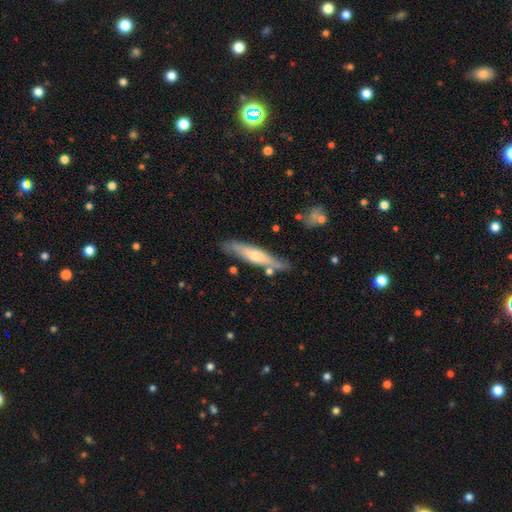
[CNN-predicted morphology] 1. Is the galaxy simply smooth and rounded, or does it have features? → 51% featured or disk, 43% smooth, 6% star or artifact.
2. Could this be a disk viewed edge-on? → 87% yes, 13% no.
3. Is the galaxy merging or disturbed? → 78% none, 14% minor disturbance, 5% merger, 3% major disturbance.